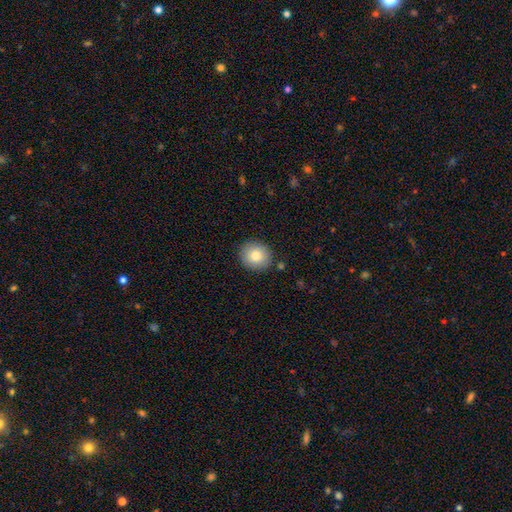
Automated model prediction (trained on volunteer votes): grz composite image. It shows a smooth galaxy with no disk features (81%) that is round (86%). Merging: none (88%).